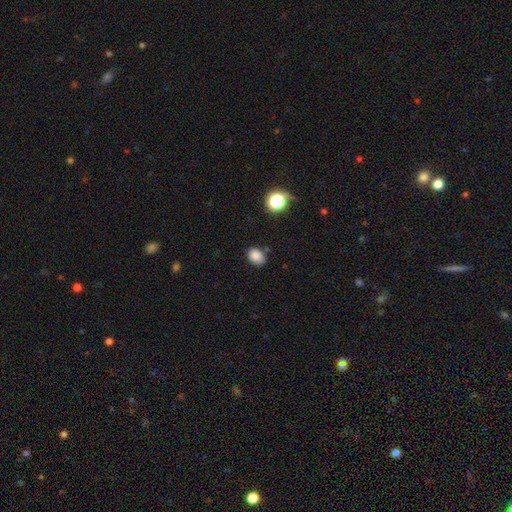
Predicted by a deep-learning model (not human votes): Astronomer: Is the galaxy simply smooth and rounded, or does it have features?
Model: smooth — 84%.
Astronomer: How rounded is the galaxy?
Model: in between — 64%.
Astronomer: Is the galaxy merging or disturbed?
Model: none — 80%.